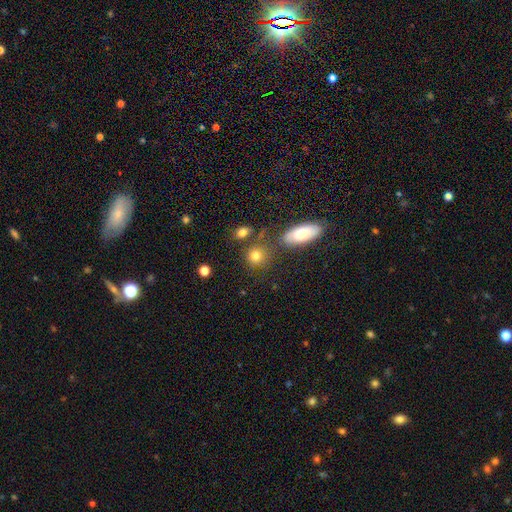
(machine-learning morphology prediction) smooth-or-featured: smooth: 81% | star or artifact: 11% | featured or disk: 9%
  how-rounded: round: 73% | in between: 24% | cigar-shaped: 3%
  merging: none: 70% | merger: 13% | minor disturbance: 12% | major disturbance: 5%